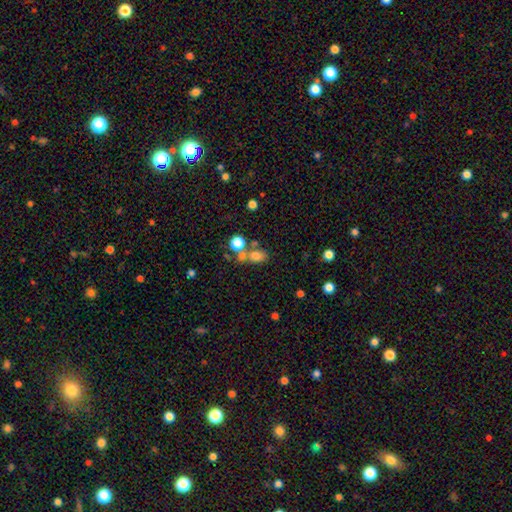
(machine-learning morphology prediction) This is likely a smooth galaxy (74%). How rounded: likely in between (68%). Merging: possibly none (48%).